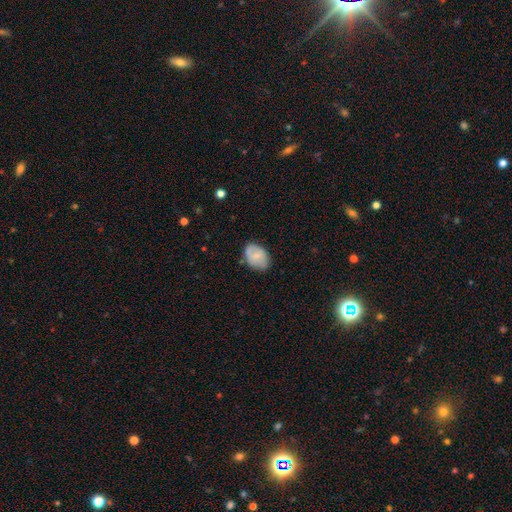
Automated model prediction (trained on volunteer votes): Overall: smooth (68%). How rounded: in between (78%). Merging: none (68%).